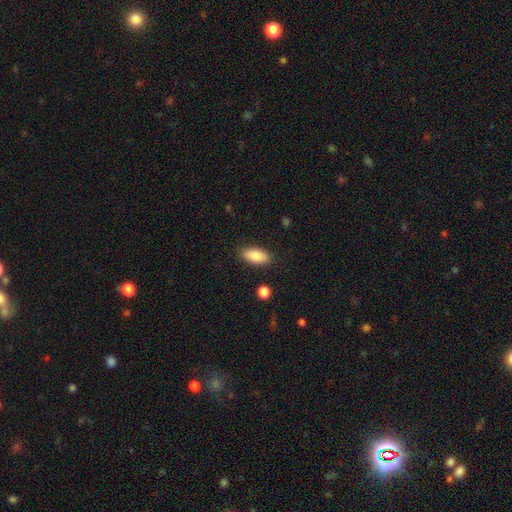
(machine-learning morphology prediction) A smooth galaxy with no disk features (86%) that is in between round and cigar-shaped (88%).

Vote fractions:
- Smooth or featured? smooth: 86% / featured or disk: 7% / star or artifact: 7%
- How rounded? in between: 88% / cigar-shaped: 9% / round: 3%
- Merging? none: 86% / minor disturbance: 10% / major disturbance: 2% / merger: 2%